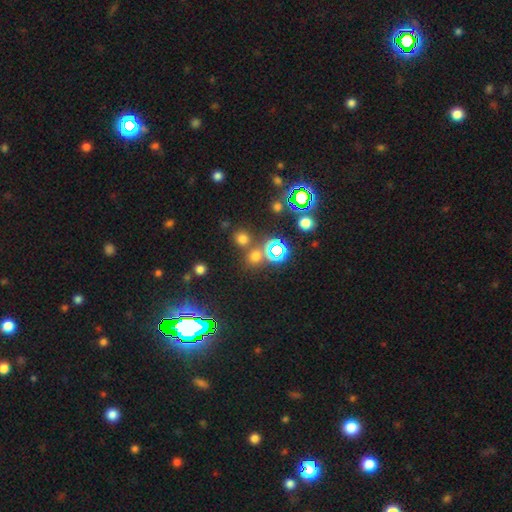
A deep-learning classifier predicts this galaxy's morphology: A smooth galaxy with no disk features (56%) that is round (86%). Merging: none (71%).